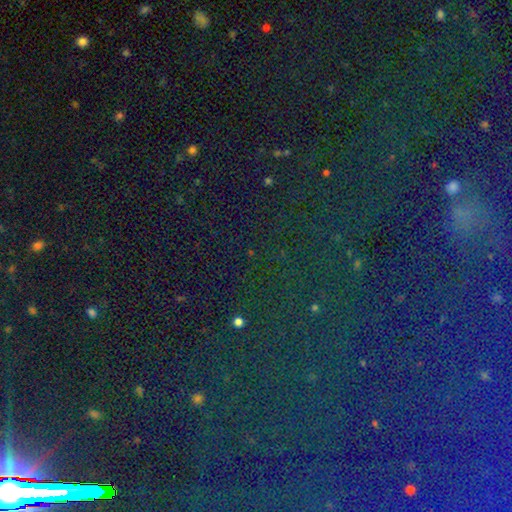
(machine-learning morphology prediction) The model was most divided on "smooth or featured": star or artifact: 82%, smooth: 10%, featured or disk: 8%.